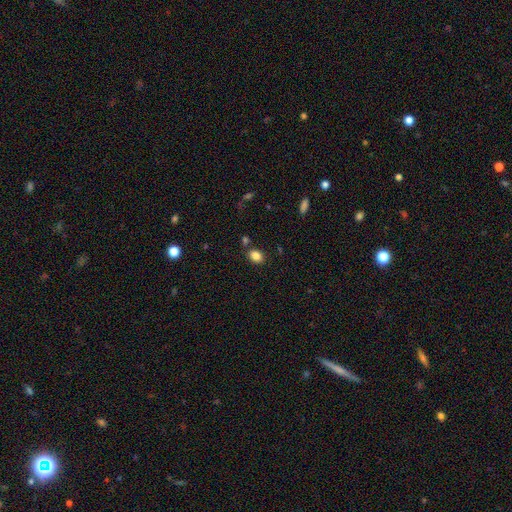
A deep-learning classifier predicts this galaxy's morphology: Smooth or featured?
  - smooth: 85% *
  - star or artifact: 10%
  - featured or disk: 5%
How rounded?
  - in between: 67% *
  - round: 32%
  - cigar-shaped: 1%
Merging?
  - none: 79% *
  - minor disturbance: 10%
  - merger: 7%
  - major disturbance: 3%